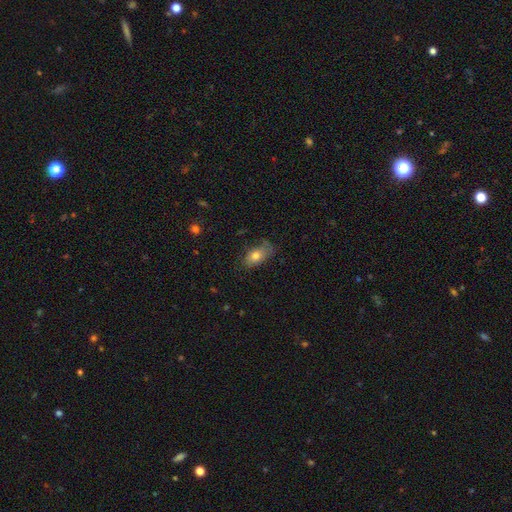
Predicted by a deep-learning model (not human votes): A smooth galaxy with no disk features (75%) that is in between round and cigar-shaped (87%). Merging: none (61%).